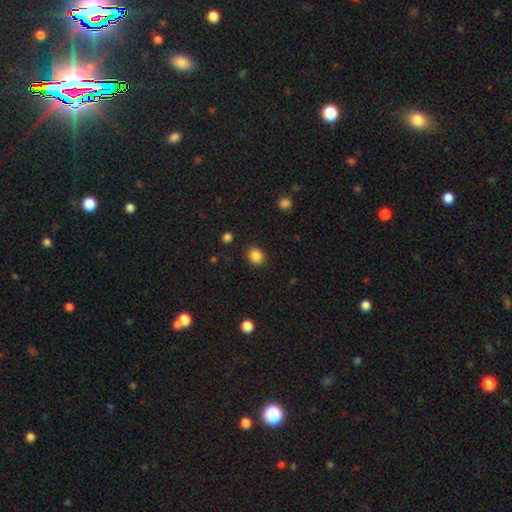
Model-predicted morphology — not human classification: Smooth or featured?
  - smooth: 86% *
  - star or artifact: 10%
  - featured or disk: 4%
How rounded?
  - round: 63% *
  - in between: 36%
  - cigar-shaped: 1%
Merging?
  - none: 88% *
  - minor disturbance: 8%
  - major disturbance: 3%
  - merger: 1%